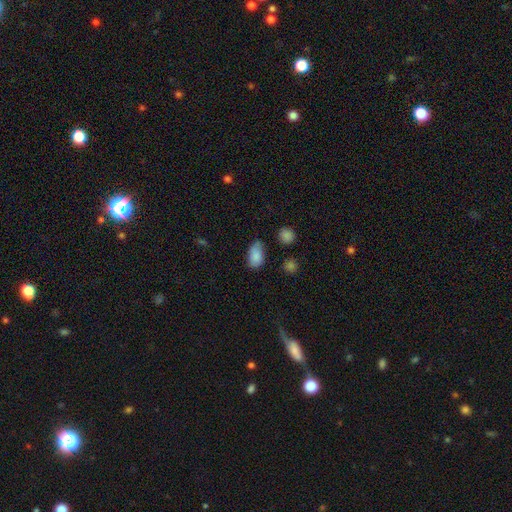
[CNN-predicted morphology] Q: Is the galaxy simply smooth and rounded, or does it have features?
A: smooth — 85%.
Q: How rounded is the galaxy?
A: in between — 90%.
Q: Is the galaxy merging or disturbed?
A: none — 57%.